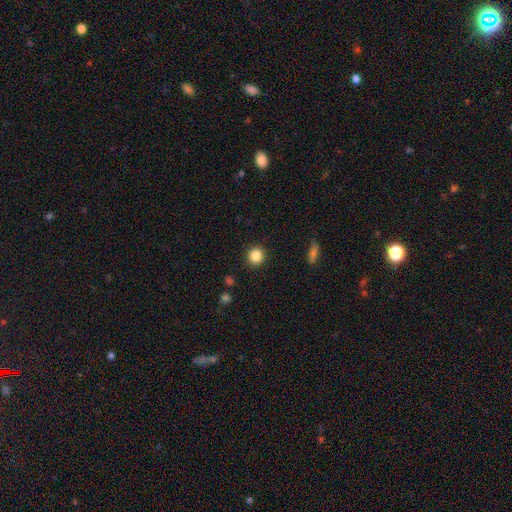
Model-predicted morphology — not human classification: smooth-or-featured: smooth: 85% | star or artifact: 11% | featured or disk: 4%
  how-rounded: round: 92% | in between: 7% | cigar-shaped: 1%
  merging: none: 91% | minor disturbance: 5% | major disturbance: 2% | merger: 1%